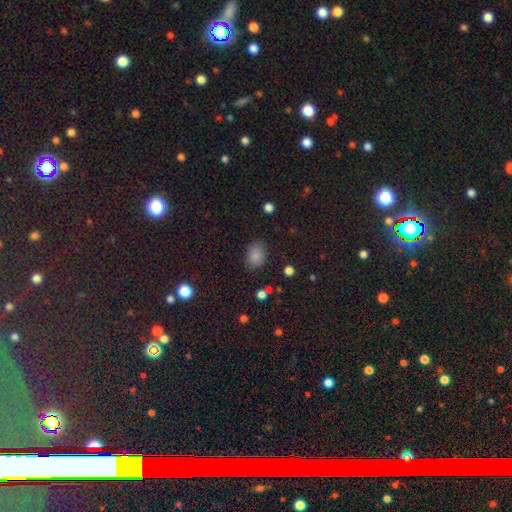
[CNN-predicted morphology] Smooth or featured?
  - smooth: 82% *
  - star or artifact: 12%
  - featured or disk: 5%
How rounded?
  - in between: 69% *
  - round: 30%
  - cigar-shaped: 1%
Merging?
  - none: 81% *
  - minor disturbance: 13%
  - major disturbance: 4%
  - merger: 2%